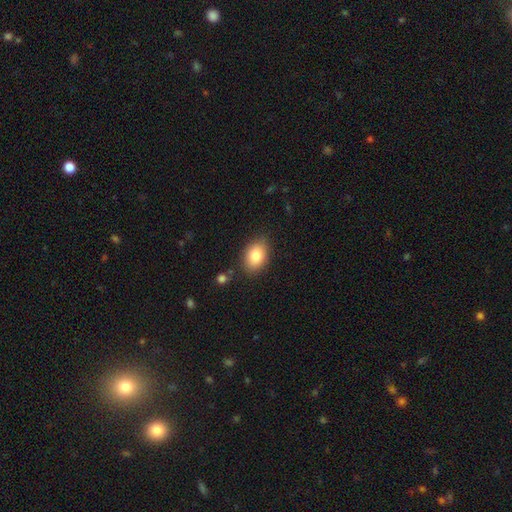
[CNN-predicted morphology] Smooth or featured? Predicted: smooth (p=0.84). How rounded? Predicted: in between (p=0.81). Merging? Predicted: none (p=0.81).